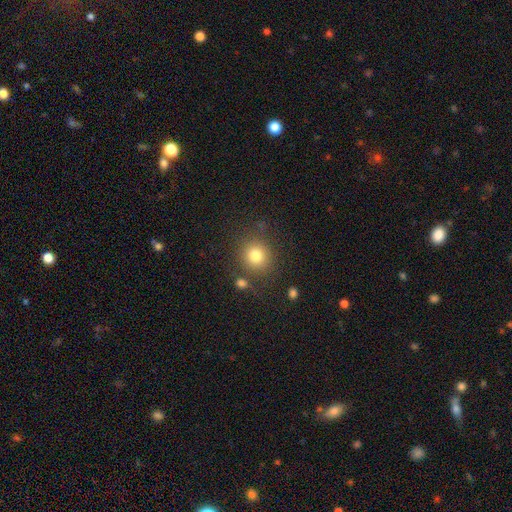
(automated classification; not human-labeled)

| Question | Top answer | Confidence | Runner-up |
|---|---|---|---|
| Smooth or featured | smooth | 79% | star or artifact (12%) |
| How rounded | round | 88% | in between (11%) |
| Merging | none | 79% | minor disturbance (10%) |